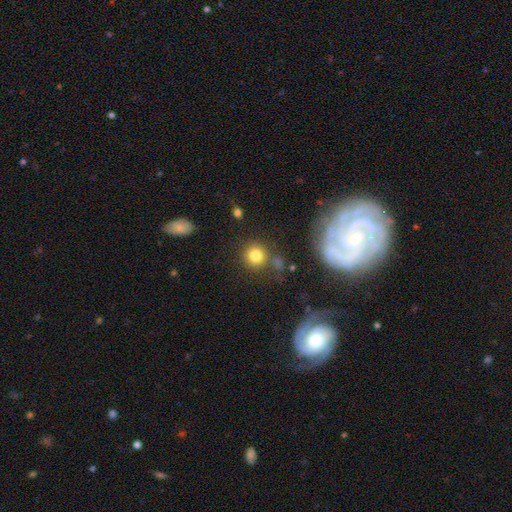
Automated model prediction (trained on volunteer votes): Smooth or featured? Predicted: smooth (p=0.80). How rounded? Predicted: round (p=0.91). Merging? Predicted: none (p=0.75).